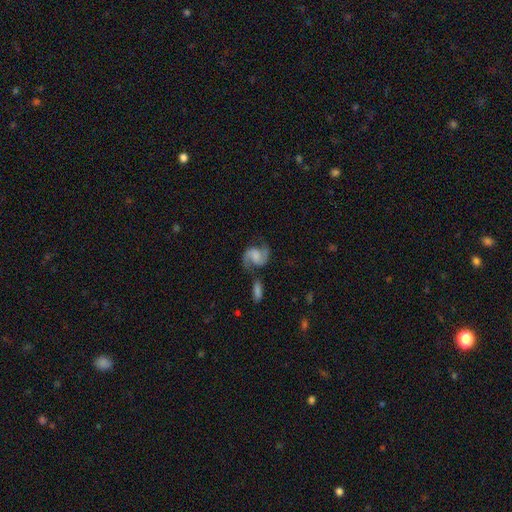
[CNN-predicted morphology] The model was most divided on "bar": no: 50%, weak: 38%, strong: 12%. Remaining: edge-on disk — no (98%); spiral arms — yes (97%); spiral arm count — 2 (93%); smooth or featured — featured or disk (86%); merging — none (66%); spiral winding — medium (53%); bulge size — none (43%).